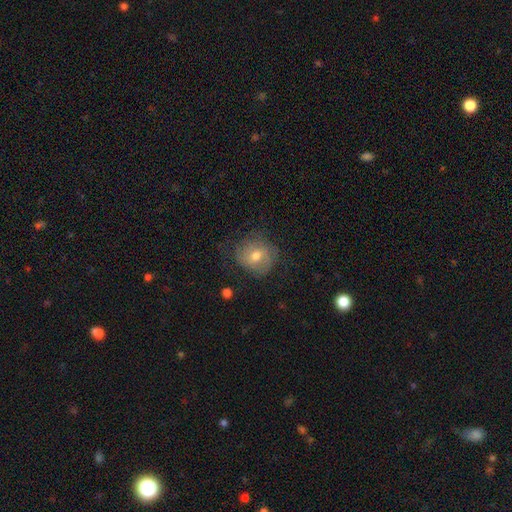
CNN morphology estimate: smooth_or_featured: smooth (p=0.49) [alt: featured or disk p=0.42]
merging: none (p=0.65) [alt: minor disturbance p=0.22]